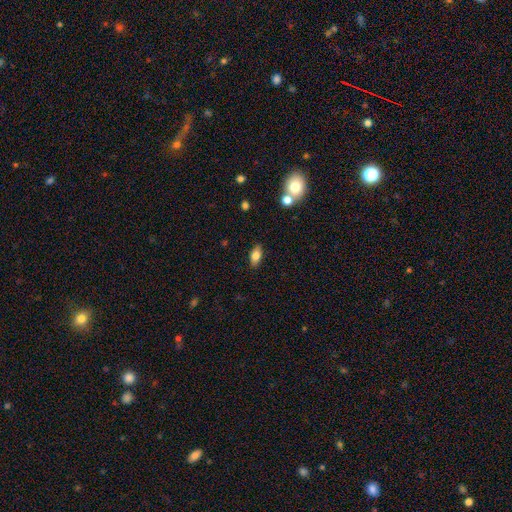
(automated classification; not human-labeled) smooth 76%, featured or disk 16%, star or artifact 9%. Down the decision tree: how rounded — in between (86%); merging — none (86%).